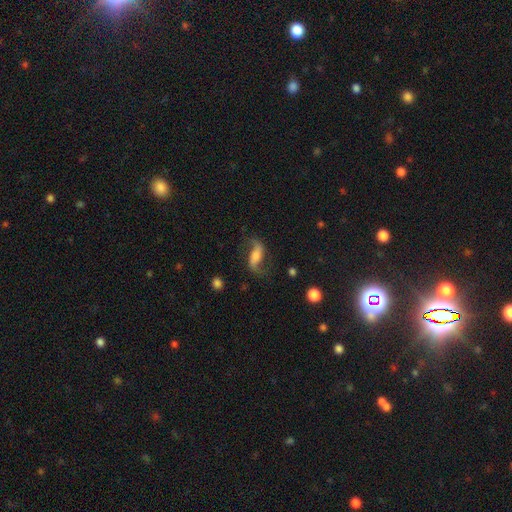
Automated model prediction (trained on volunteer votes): smooth-or-featured: featured or disk: 74% | smooth: 18% | star or artifact: 7%
  disk-edge-on: no: 92% | yes: 8%
    bar: weak: 35% | no: 34% | strong: 31%
    has-spiral-arms: yes: 94% | no: 6%
      spiral-winding: loose: 80% | medium: 16% | tight: 4%
      spiral-arm-count: 2: 92% | 1: 3% | can't tell: 2% | 3: 1% | 4: 1% | more than 4: 1%
    bulge-size: moderate: 34% | small: 29% | large: 17% | none: 16% | dominant: 4%
  merging: none: 71% | minor disturbance: 16% | major disturbance: 11% | merger: 2%